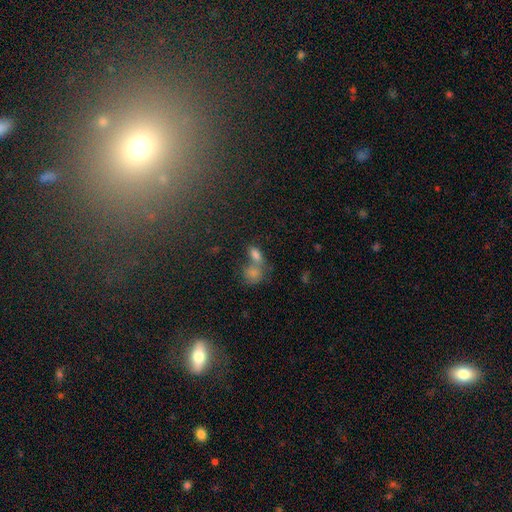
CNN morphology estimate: Overall: smooth (69%). How rounded: in between (70%). Merging: merger (51%; none 34%).